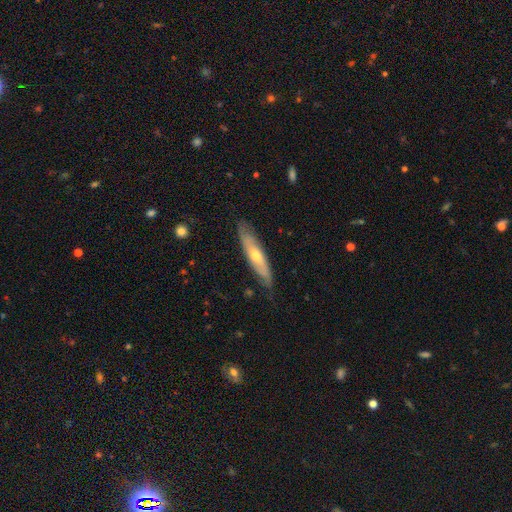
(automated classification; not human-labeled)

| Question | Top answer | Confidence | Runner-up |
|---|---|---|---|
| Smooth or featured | featured or disk | 58% | smooth (36%) |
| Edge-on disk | yes | 60% | no (40%) |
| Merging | none | 79% | minor disturbance (17%) |